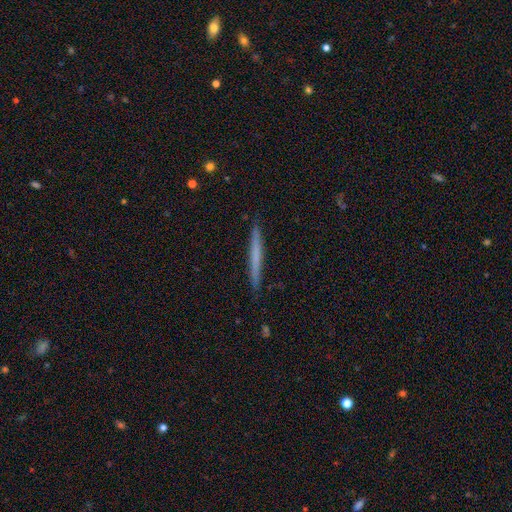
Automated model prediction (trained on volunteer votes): Smooth or featured? Predicted: smooth (p=0.56). How rounded? Predicted: cigar-shaped (p=0.97). Merging? Predicted: none (p=0.91).